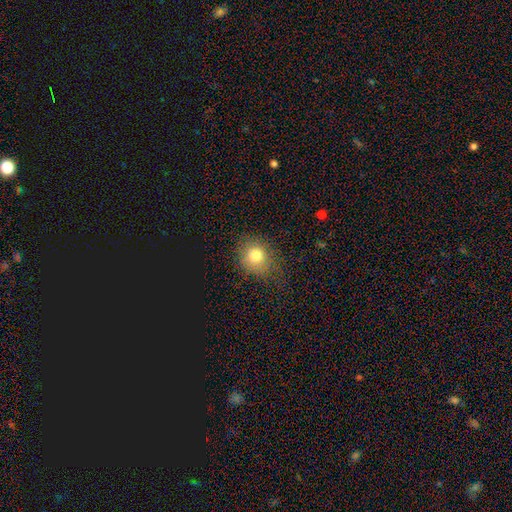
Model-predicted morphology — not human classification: Smooth or featured? smooth (79%)
How rounded? round (69%)
Merging? none (69%)